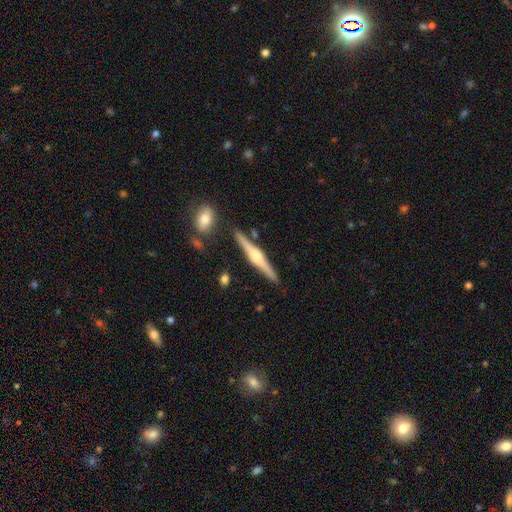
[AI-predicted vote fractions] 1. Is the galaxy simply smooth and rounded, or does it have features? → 79% featured or disk, 15% smooth, 5% star or artifact.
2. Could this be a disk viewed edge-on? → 98% yes, 2% no.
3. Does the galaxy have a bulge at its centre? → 85% rounded, 12% boxy, 3% none.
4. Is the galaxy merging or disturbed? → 87% none, 8% minor disturbance, 3% merger, 2% major disturbance.